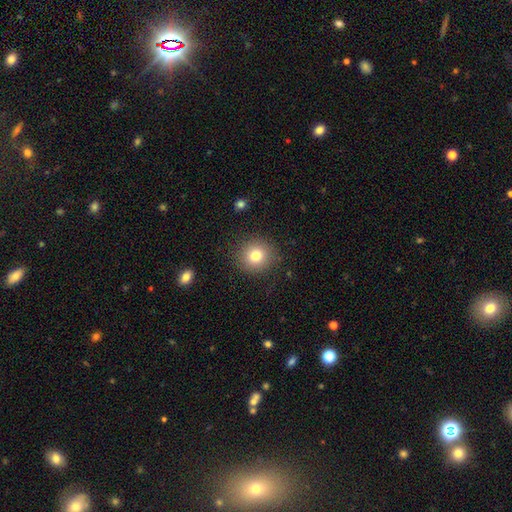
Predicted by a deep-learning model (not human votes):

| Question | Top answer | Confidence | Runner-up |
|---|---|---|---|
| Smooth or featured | smooth | 79% | star or artifact (11%) |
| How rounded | round | 91% | in between (8%) |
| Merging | none | 88% | minor disturbance (8%) |